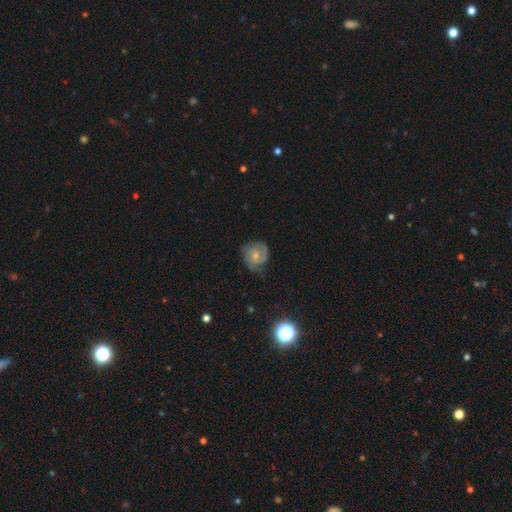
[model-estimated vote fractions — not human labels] Smooth or featured?
  - featured or disk: 71% *
  - smooth: 21%
  - star or artifact: 7%
Edge-on disk?
  - no: 98% *
  - yes: 2%
Bar?
  - no: 71% *
  - weak: 25%
  - strong: 4%
Spiral arms?
  - yes: 93% *
  - no: 7%
Spiral winding?
  - tight: 50% *
  - medium: 38%
  - loose: 11%
Spiral arm count?
  - 2: 54% *
  - can't tell: 17%
  - 3: 16%
  - 1: 7%
  - 4: 3%
  - more than 4: 3%
Bulge size?
  - small: 54% *
  - moderate: 40%
  - none: 3%
  - large: 2%
  - dominant: 1%
Merging?
  - none: 64% *
  - minor disturbance: 25%
  - major disturbance: 10%
  - merger: 1%